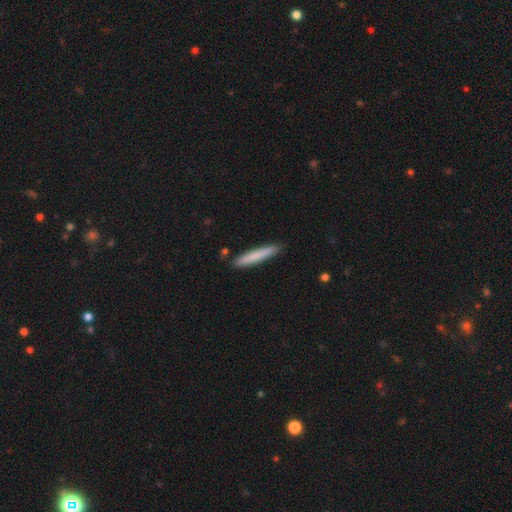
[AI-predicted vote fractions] Morphology: type=smooth (78%); roundness=cigar-shaped (95%); merging=none (87%).